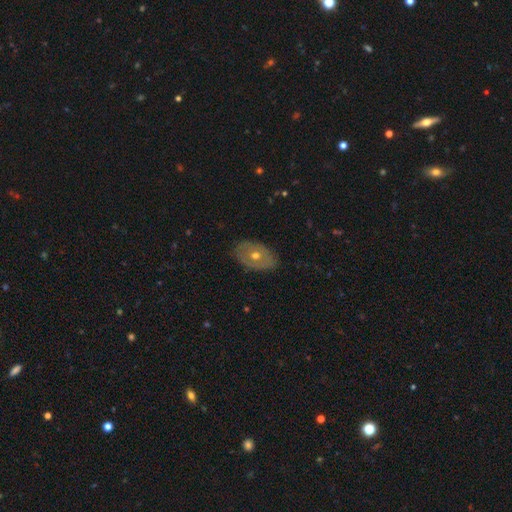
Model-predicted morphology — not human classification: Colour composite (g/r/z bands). It shows a featured or disk galaxy (56%) with no bar (90%), no spiral arms (79%) and a moderate central bulge (68%). Merging: none (82%).